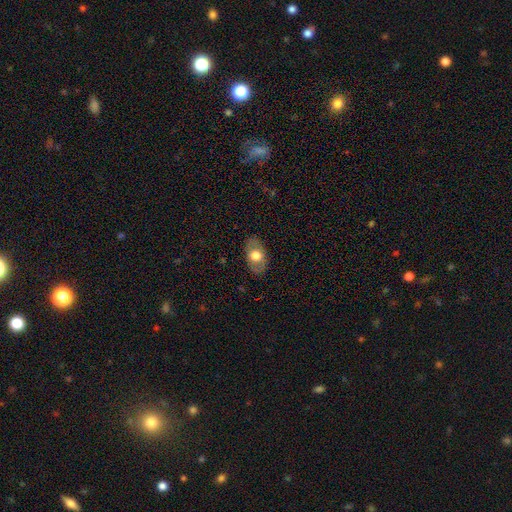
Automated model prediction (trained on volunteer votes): The model was most divided on "smooth or featured": smooth: 62%, featured or disk: 31%, star or artifact: 6%. More confident: how rounded — in between (88%); merging — none (84%).